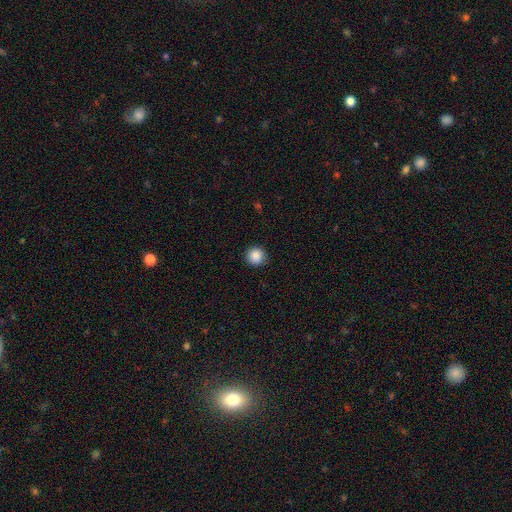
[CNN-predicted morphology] The model was most divided on "smooth or featured": smooth: 88%, star or artifact: 9%, featured or disk: 3%. More confident: how rounded — round (93%); merging — none (90%).